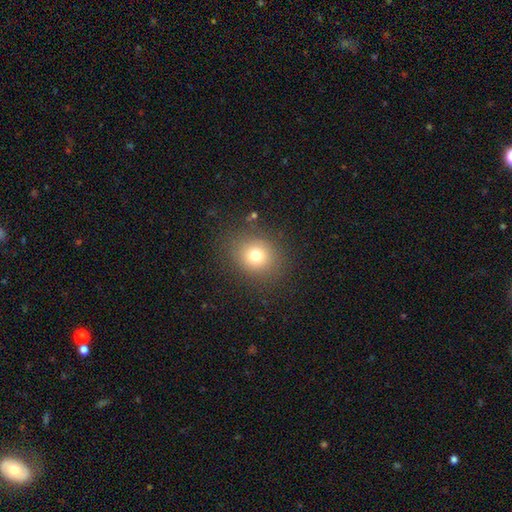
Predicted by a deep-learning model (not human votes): Smooth or featured?
  - smooth: 75% *
  - star or artifact: 15%
  - featured or disk: 10%
How rounded?
  - round: 75% *
  - in between: 24%
  - cigar-shaped: 1%
Merging?
  - none: 85% *
  - minor disturbance: 9%
  - major disturbance: 4%
  - merger: 1%